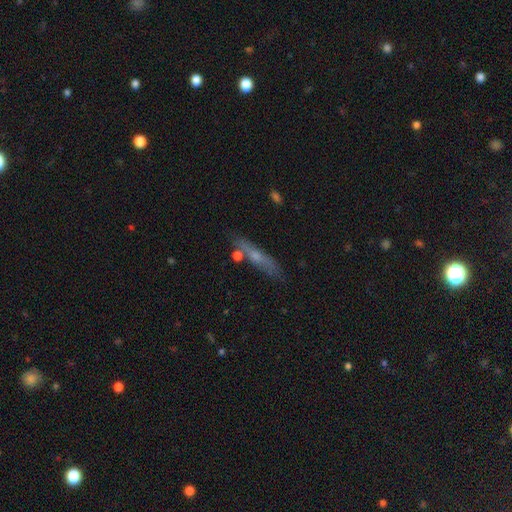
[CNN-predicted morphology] type=featured or disk (45%, tied with smooth); merging=none (73%).